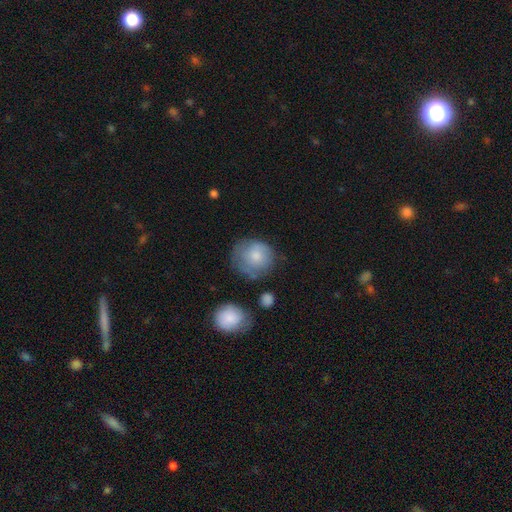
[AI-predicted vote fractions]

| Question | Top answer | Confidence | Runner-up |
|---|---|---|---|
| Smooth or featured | smooth | 78% | featured or disk (15%) |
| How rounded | round | 84% | in between (15%) |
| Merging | none | 57% | minor disturbance (26%) |